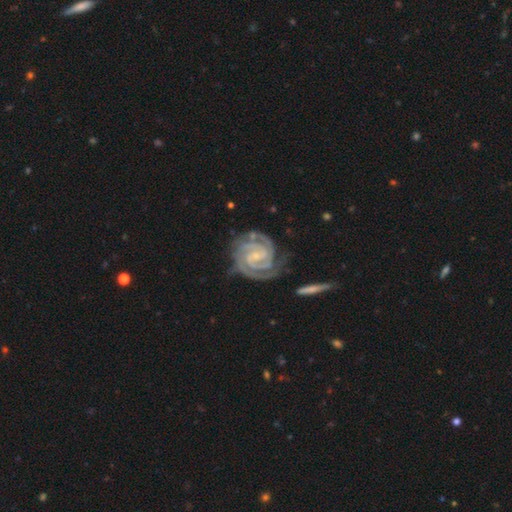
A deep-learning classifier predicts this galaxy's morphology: A featured or disk galaxy (93%) with a weak bar (39%), 2 (67%) tight (80%) spiral arms (99%) and a small central bulge (77%). Merging: none (71%).